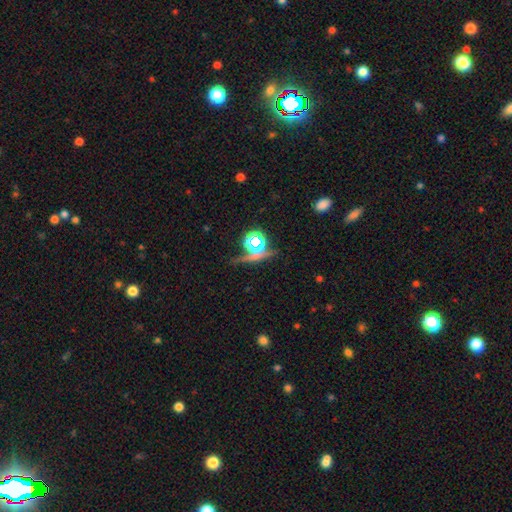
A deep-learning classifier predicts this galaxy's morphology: Overall: star or artifact (52%; smooth 28%).